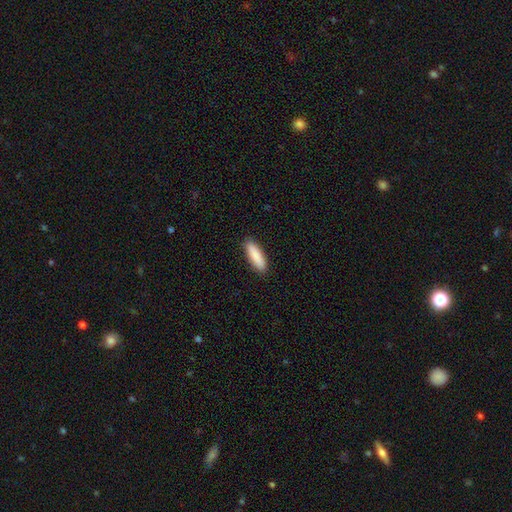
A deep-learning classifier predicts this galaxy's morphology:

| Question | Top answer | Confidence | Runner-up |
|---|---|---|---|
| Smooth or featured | smooth | 89% | featured or disk (6%) |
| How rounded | cigar-shaped | 56% | in between (42%) |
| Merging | none | 89% | minor disturbance (8%) |